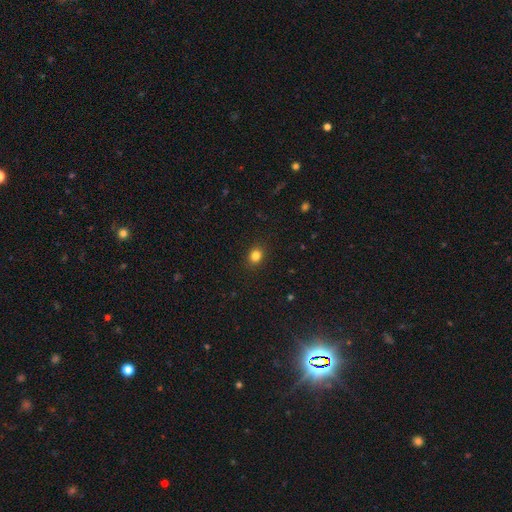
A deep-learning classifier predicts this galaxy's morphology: type=smooth (83%); roundness=round (60%); merging=none (90%).